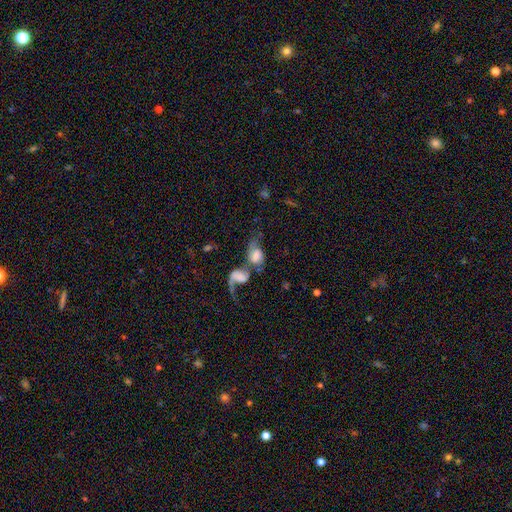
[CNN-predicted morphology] Overall: featured or disk (46%; smooth 44%). Merging: merger (64%).